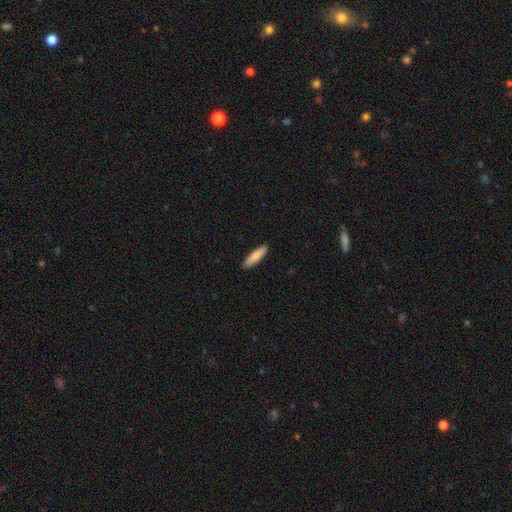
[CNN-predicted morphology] Smooth or featured? smooth (85%)
How rounded? cigar-shaped (76%)
Merging? none (91%)